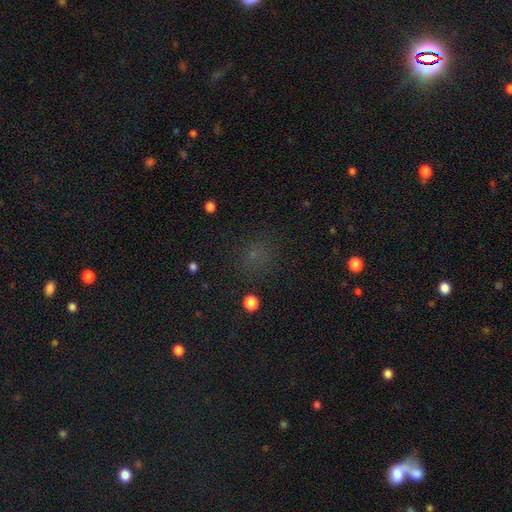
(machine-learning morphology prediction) Smooth or featured? Predicted: smooth (p=0.56). How rounded? Predicted: round (p=0.77). Merging? Predicted: none (p=0.78).